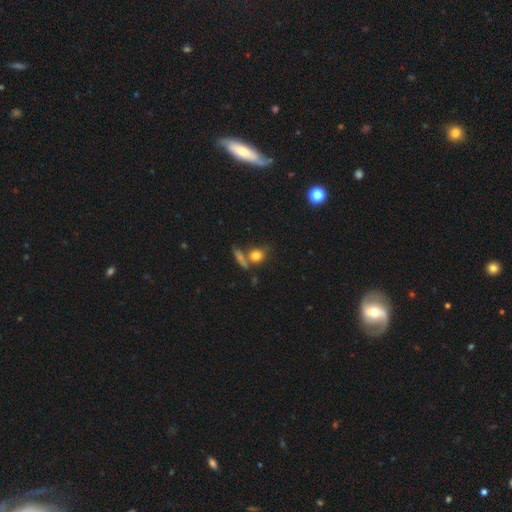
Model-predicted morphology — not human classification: Smooth or featured?
  - smooth: 77% *
  - star or artifact: 11%
  - featured or disk: 11%
How rounded?
  - round: 72% *
  - in between: 21%
  - cigar-shaped: 6%
Merging?
  - none: 58% *
  - merger: 26%
  - minor disturbance: 11%
  - major disturbance: 5%